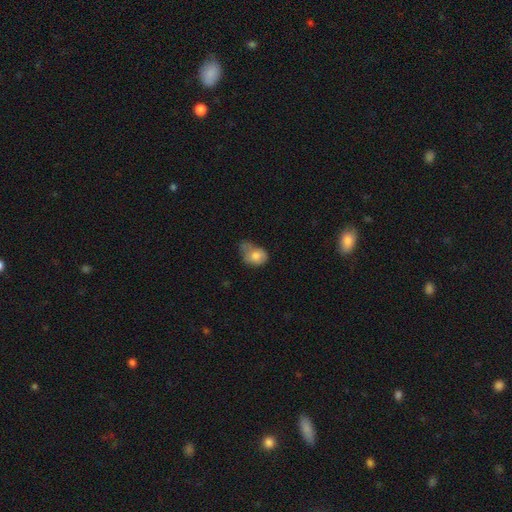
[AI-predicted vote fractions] Smooth or featured? smooth (74%)
How rounded? in between (67%)
Merging? minor disturbance (39%)